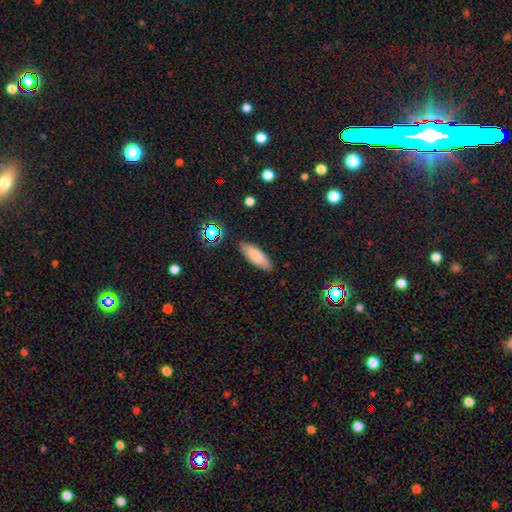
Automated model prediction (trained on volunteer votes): smooth_or_featured: smooth (p=0.84) [alt: star or artifact p=0.08]
how_rounded: in between (p=0.66) [alt: cigar-shaped p=0.32]
merging: none (p=0.87) [alt: minor disturbance p=0.09]